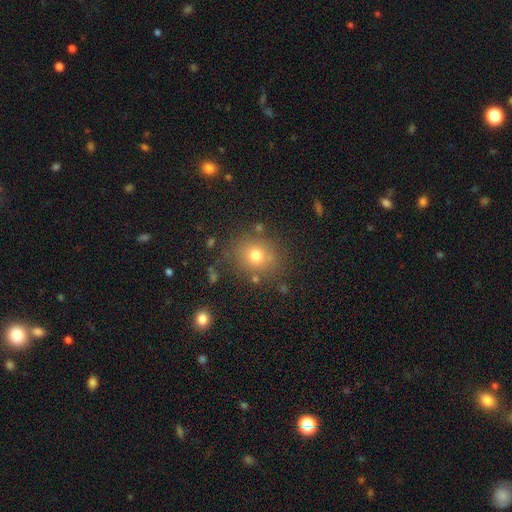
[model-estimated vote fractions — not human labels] Q: Smooth or featured?
A: smooth (72%); runner-up: star or artifact (16%)
Q: How rounded?
A: round (75%); runner-up: in between (24%)
Q: Merging?
A: none (80%); runner-up: minor disturbance (11%)